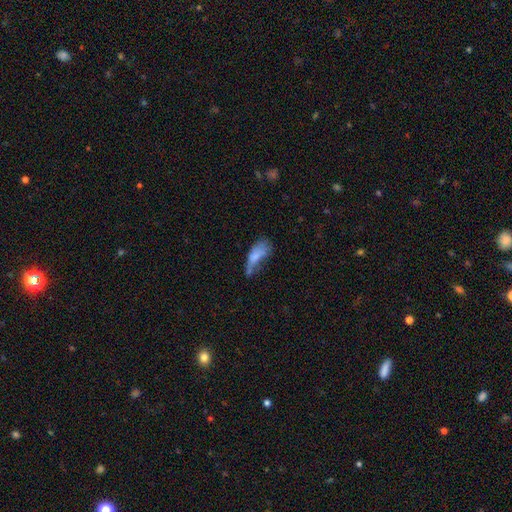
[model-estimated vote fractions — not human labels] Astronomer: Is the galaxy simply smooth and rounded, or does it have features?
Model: smooth — 67%.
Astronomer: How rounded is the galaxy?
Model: in between — 75%.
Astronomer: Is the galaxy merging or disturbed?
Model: major disturbance — 35% (runner-up: minor disturbance, 27%).